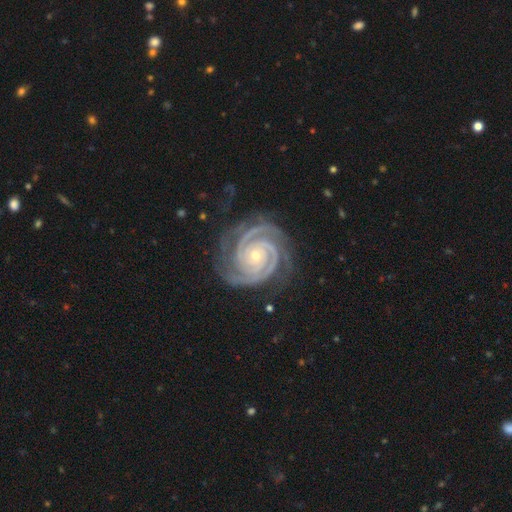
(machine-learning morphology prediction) smooth-or-featured: featured or disk: 93% | star or artifact: 4% | smooth: 2%
  disk-edge-on: no: 98% | yes: 2%
    bar: no: 74% | weak: 16% | strong: 10%
    has-spiral-arms: yes: 99% | no: 1%
      spiral-winding: tight: 84% | medium: 14% | loose: 1%
      spiral-arm-count: 2: 46% | 3: 32% | 4: 8% | can't tell: 6% | more than 4: 4% | 1: 4%
    bulge-size: small: 74% | moderate: 23% | none: 1% | large: 1% | dominant: 1%
  merging: none: 78% | minor disturbance: 16% | major disturbance: 5% | merger: 1%